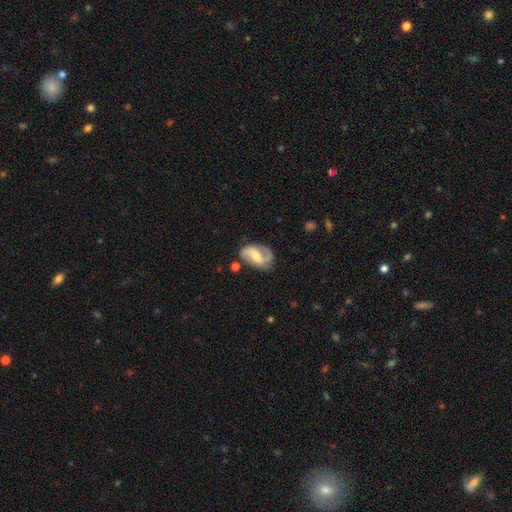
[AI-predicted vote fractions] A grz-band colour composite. It shows a featured or disk galaxy (80%) with a weak bar (46%), 2 (87%) medium (47%) spiral arms (94%) and a moderate central bulge (60%). Merging: none (71%).